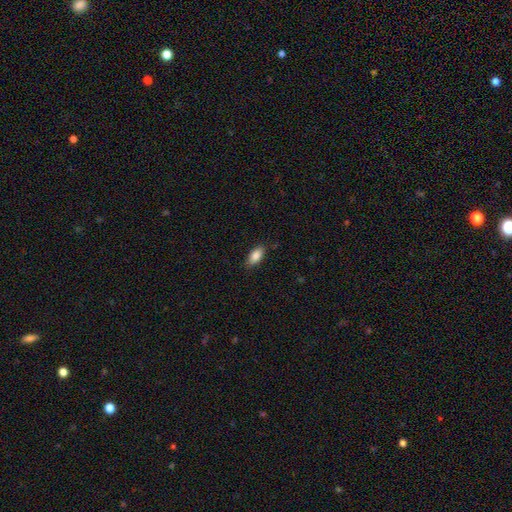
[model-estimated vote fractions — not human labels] Overall: smooth (87%). How rounded: in between (88%). Merging: none (84%).